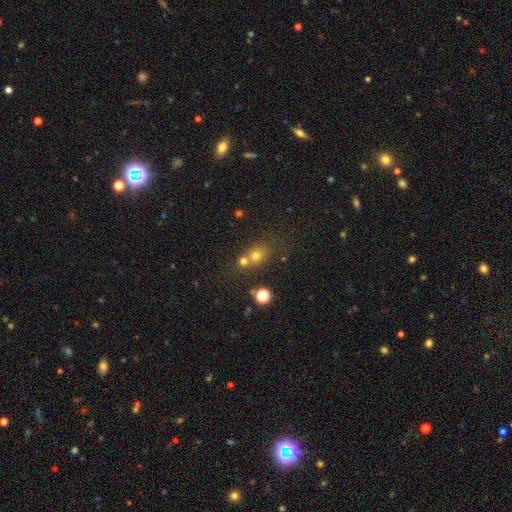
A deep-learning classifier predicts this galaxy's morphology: This appears to be a smooth galaxy with no disk features (64%) that is round (71%). Merging: none (49%).